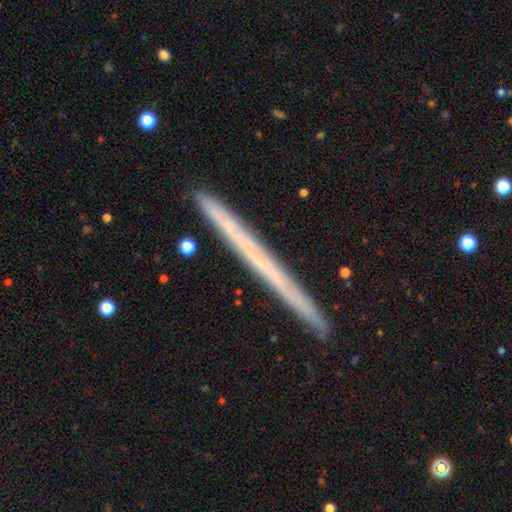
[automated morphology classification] This appears to be a featured or disk galaxy (55%) viewed edge-on (97%) with no central bulge (93%). Merging: none (91%).